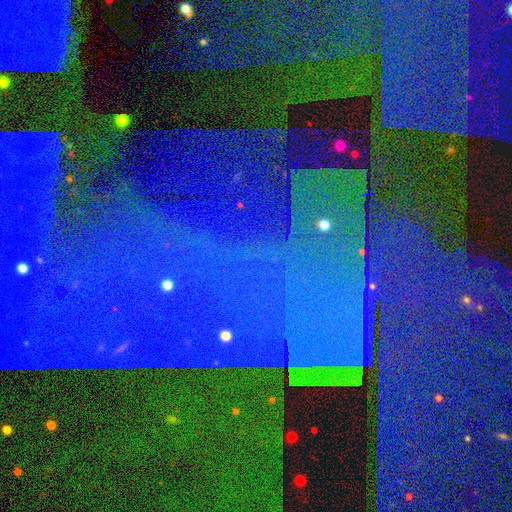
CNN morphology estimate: smooth-or-featured: star or artifact: 86% | featured or disk: 7% | smooth: 6%